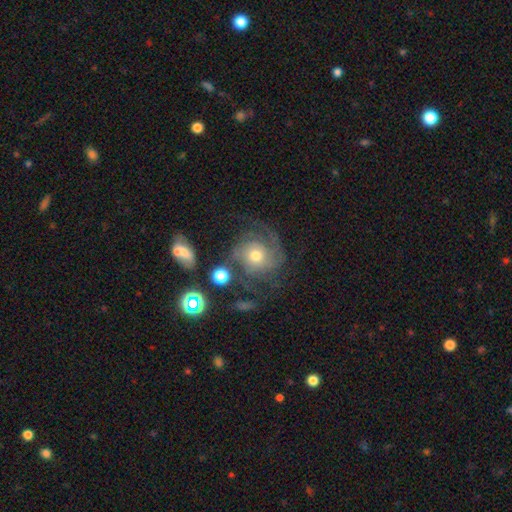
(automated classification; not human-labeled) smooth-or-featured: featured or disk: 78% | smooth: 13% | star or artifact: 8%
  disk-edge-on: no: 98% | yes: 2%
    bar: no: 79% | weak: 17% | strong: 4%
    has-spiral-arms: yes: 93% | no: 7%
      spiral-winding: tight: 43% | medium: 40% | loose: 16%
      spiral-arm-count: 2: 32% | can't tell: 24% | 3: 23% | 1: 8% | 4: 7% | more than 4: 6%
    bulge-size: moderate: 67% | small: 23% | large: 8% | none: 2% | dominant: 1%
  merging: none: 60% | major disturbance: 19% | minor disturbance: 17% | merger: 5%